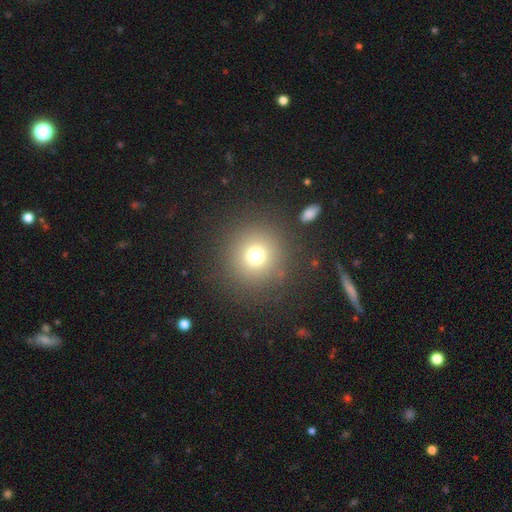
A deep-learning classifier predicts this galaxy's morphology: Smooth or featured?
  - smooth: 73% *
  - star or artifact: 17%
  - featured or disk: 10%
How rounded?
  - round: 94% *
  - in between: 5%
  - cigar-shaped: 1%
Merging?
  - none: 87% *
  - minor disturbance: 7%
  - major disturbance: 4%
  - merger: 2%